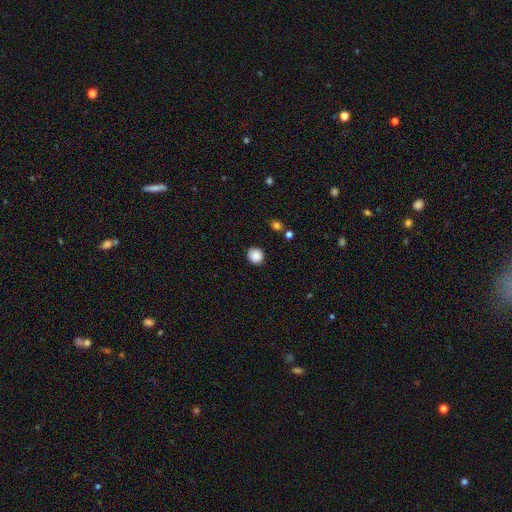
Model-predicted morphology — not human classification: smooth 88%, star or artifact 9%, featured or disk 3%. Down the decision tree: how rounded — round (85%); merging — none (88%).